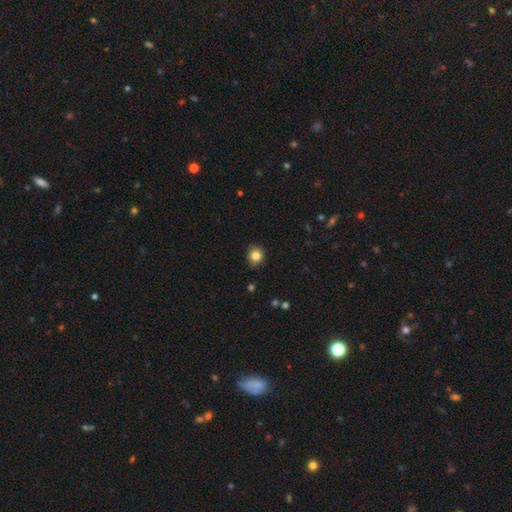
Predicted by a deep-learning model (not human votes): This appears to be a smooth galaxy with no disk features (83%) that is round (84%). Merging: none (83%).